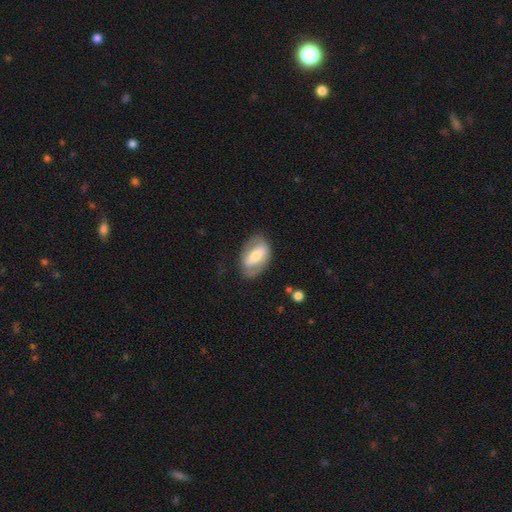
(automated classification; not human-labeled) smooth_or_featured: featured or disk (p=0.53) [alt: smooth p=0.41]
disk_edge_on: no (p=0.91) [alt: yes p=0.09]
merging: none (p=0.70) [alt: minor disturbance p=0.19]